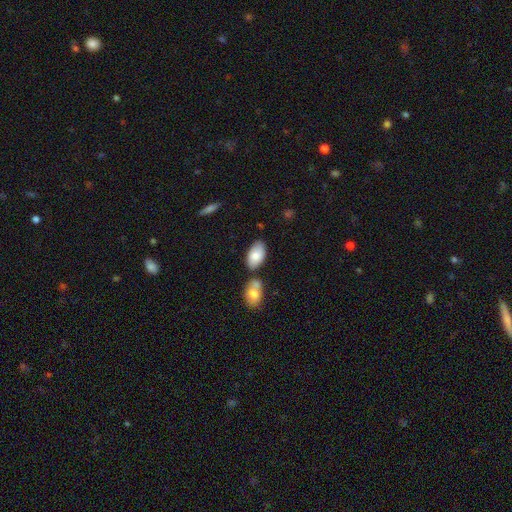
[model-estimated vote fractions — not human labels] smooth-or-featured: smooth: 83% | featured or disk: 11% | star or artifact: 6%
  how-rounded: in between: 95% | round: 3% | cigar-shaped: 2%
  merging: none: 65% | merger: 19% | minor disturbance: 14% | major disturbance: 3%